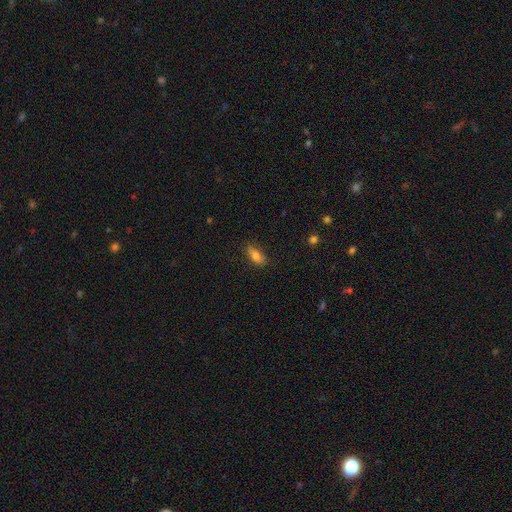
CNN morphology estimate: This appears to be a smooth galaxy with no disk features (79%) that is in between round and cigar-shaped (80%). Merging: none (80%).